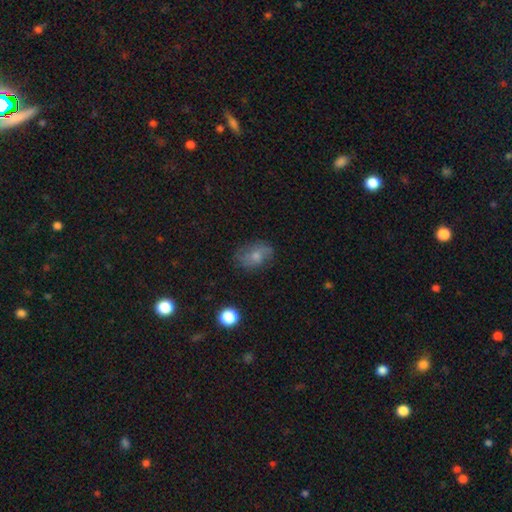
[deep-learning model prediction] Smooth or featured? smooth (58%)
How rounded? in between (76%)
Merging? none (67%)